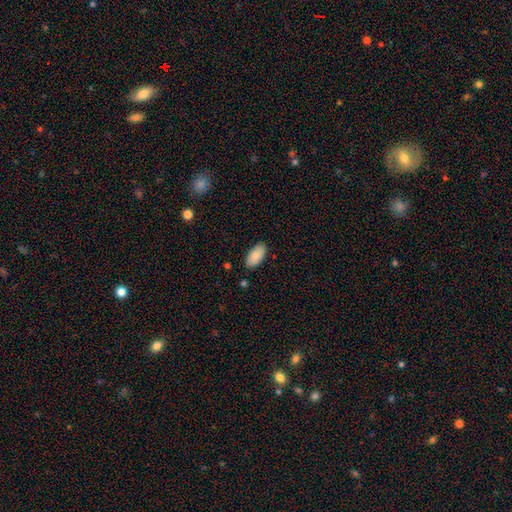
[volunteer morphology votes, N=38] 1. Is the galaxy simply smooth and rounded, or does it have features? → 92% smooth, 8% featured or disk, 0% star or artifact.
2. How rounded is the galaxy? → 97% in between, 3% round, 0% cigar-shaped.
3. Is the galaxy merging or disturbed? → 92% none, 5% minor disturbance, 3% major disturbance, 0% merger.